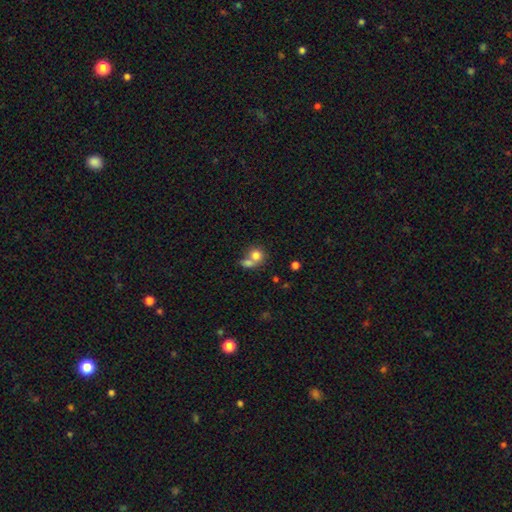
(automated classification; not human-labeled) This is likely a smooth galaxy (77%). How rounded: likely round (74%). Merging: possibly merger (59%).